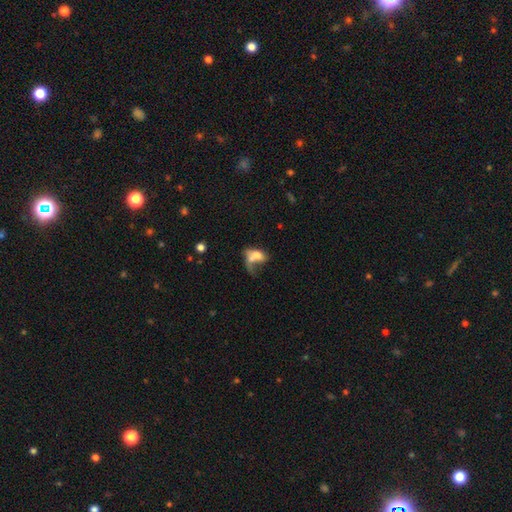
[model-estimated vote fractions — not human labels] Overall: smooth (60%; featured or disk 29%). How rounded: in between (79%). Merging: merger (44%; major disturbance 28%).